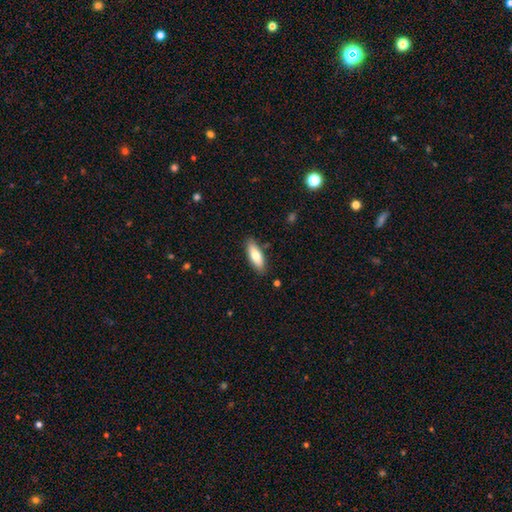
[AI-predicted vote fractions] This is likely a smooth galaxy (75%). How rounded: likely in between (67%). Merging: clearly none (86%).